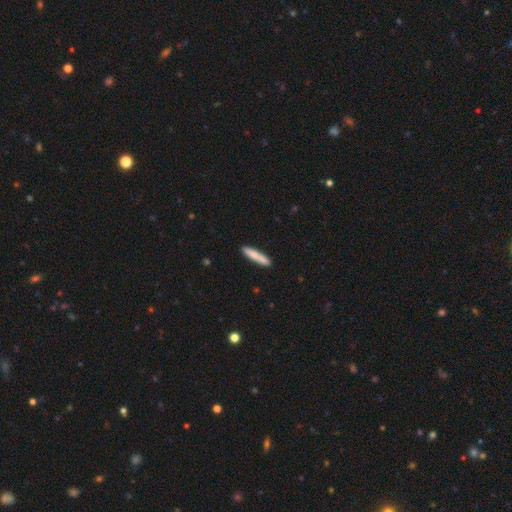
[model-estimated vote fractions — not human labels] The model was most divided on "smooth or featured": smooth: 77%, featured or disk: 18%, star or artifact: 5%. More confident: how rounded — cigar-shaped (90%); merging — none (85%).